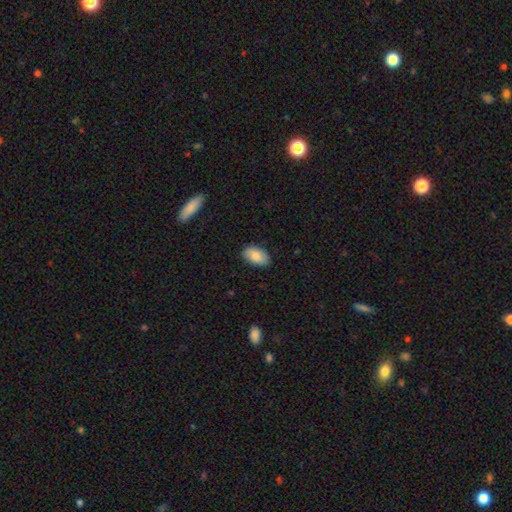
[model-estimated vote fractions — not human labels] A smooth galaxy with no disk features (83%) that is in between round and cigar-shaped (93%).

Vote fractions:
- Smooth or featured? smooth: 83% / featured or disk: 10% / star or artifact: 7%
- How rounded? in between: 93% / round: 5% / cigar-shaped: 2%
- Merging? none: 84% / minor disturbance: 13% / major disturbance: 2% / merger: 1%